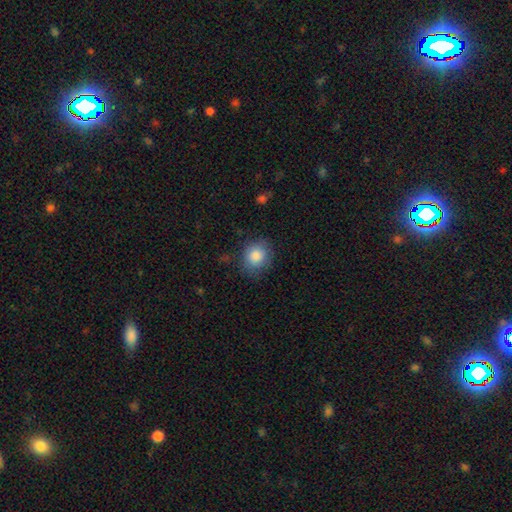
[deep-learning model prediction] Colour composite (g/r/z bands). It shows a smooth galaxy with no disk features (86%) that is round (76%). Merging: none (78%).